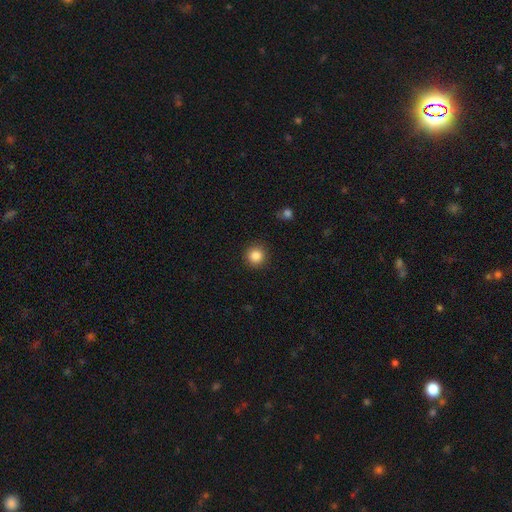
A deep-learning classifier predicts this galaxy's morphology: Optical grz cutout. It shows a smooth galaxy with no disk features (86%) that is round (95%). Merging: none (91%).